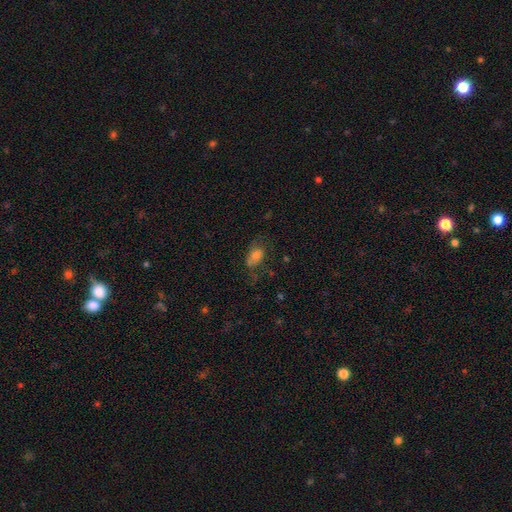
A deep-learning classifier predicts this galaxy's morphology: smooth_or_featured: smooth (p=0.65) [alt: featured or disk p=0.22]
how_rounded: in between (p=0.84) [alt: round p=0.13]
merging: none (p=0.52) [alt: minor disturbance p=0.26]